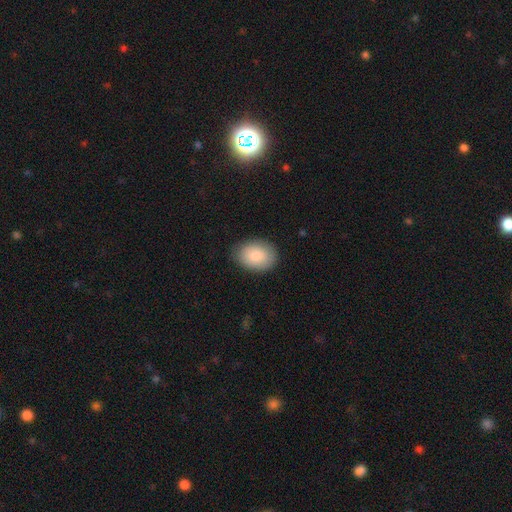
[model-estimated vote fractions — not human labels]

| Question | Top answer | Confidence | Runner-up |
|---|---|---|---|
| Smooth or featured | smooth | 84% | featured or disk (10%) |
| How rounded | in between | 75% | round (24%) |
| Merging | none | 84% | minor disturbance (13%) |